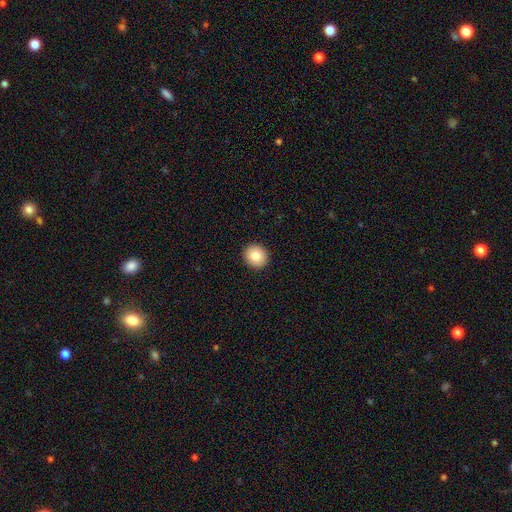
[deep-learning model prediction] Smooth or featured: smooth — 83% (star or artifact — 9%)
How rounded: round — 88% (in between — 11%)
Merging: none — 93% (minor disturbance — 5%)